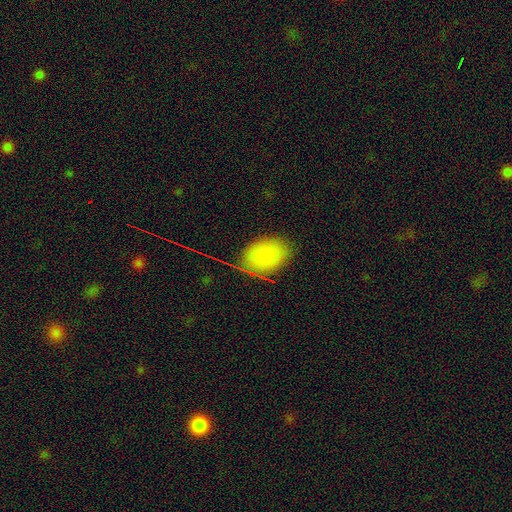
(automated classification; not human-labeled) smooth-or-featured: smooth: 78% | star or artifact: 12% | featured or disk: 10%
  how-rounded: in between: 81% | round: 17% | cigar-shaped: 1%
  merging: none: 74% | minor disturbance: 18% | major disturbance: 6% | merger: 3%